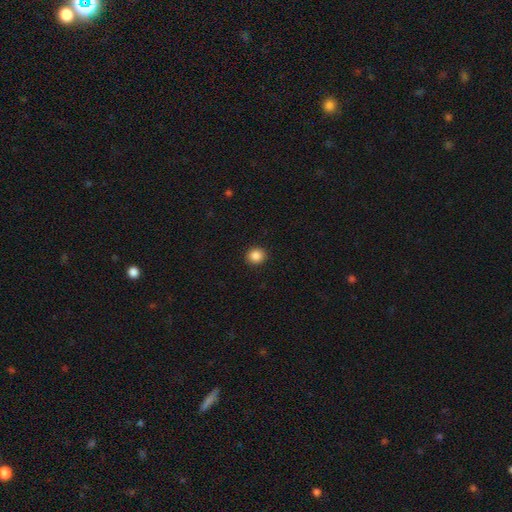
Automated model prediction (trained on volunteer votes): smooth-or-featured: smooth: 87% | star or artifact: 10% | featured or disk: 3%
  how-rounded: round: 86% | in between: 13% | cigar-shaped: 1%
  merging: none: 92% | minor disturbance: 5% | major disturbance: 2% | merger: 1%